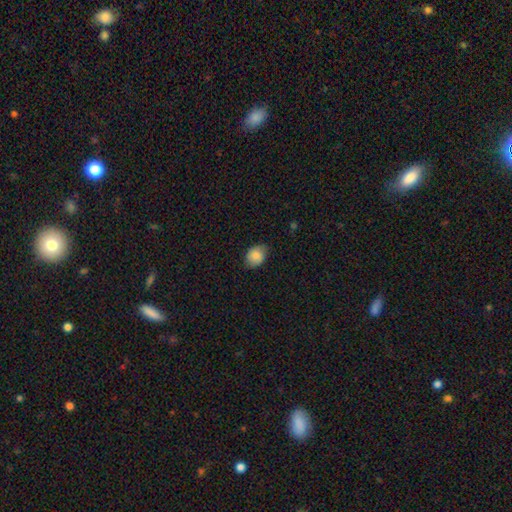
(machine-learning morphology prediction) Smooth or featured? Predicted: smooth (p=0.82). How rounded? Predicted: in between (p=0.68). Merging? Predicted: none (p=0.74).